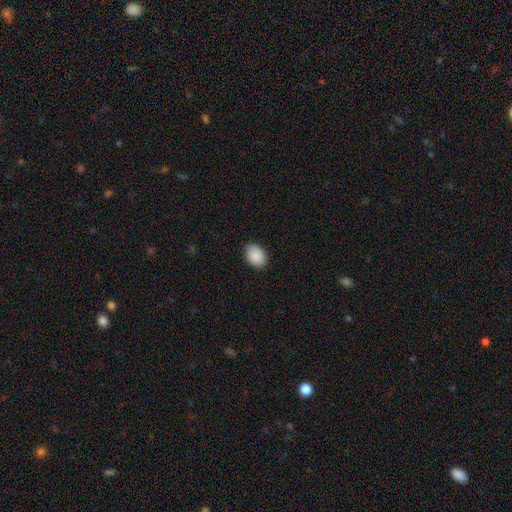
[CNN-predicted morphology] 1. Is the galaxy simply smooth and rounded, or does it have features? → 90% smooth, 7% star or artifact, 3% featured or disk.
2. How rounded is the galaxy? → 81% in between, 18% round, 1% cigar-shaped.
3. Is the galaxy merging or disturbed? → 85% none, 12% minor disturbance, 2% major disturbance, 1% merger.